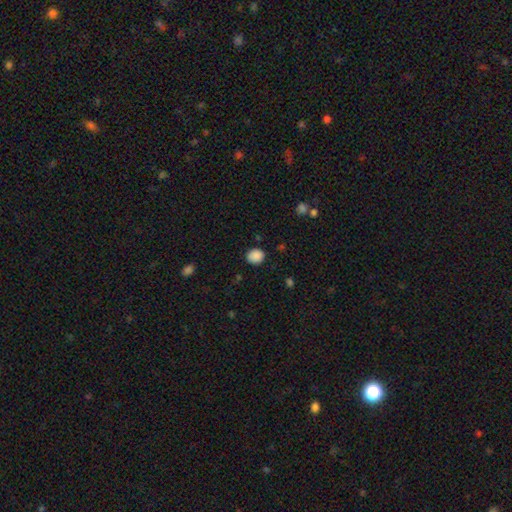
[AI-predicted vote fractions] Q: Smooth or featured?
A: smooth (87%); runner-up: star or artifact (9%)
Q: How rounded?
A: round (69%); runner-up: in between (31%)
Q: Merging?
A: none (84%); runner-up: minor disturbance (11%)